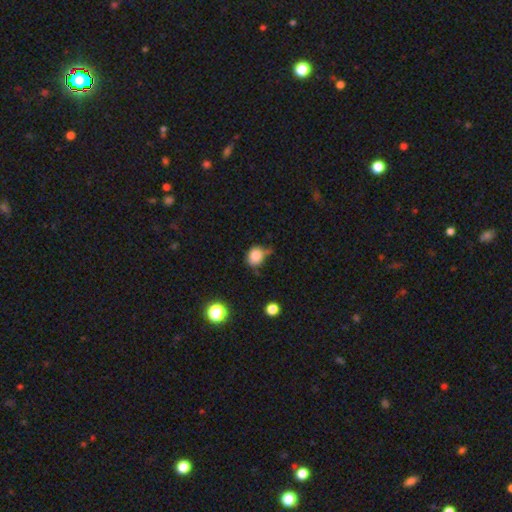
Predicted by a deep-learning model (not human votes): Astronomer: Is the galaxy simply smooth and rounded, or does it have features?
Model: smooth — 84%.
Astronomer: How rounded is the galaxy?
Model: round — 60% (runner-up: in between, 39%).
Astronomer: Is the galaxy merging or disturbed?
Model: none — 53% (runner-up: minor disturbance, 31%).